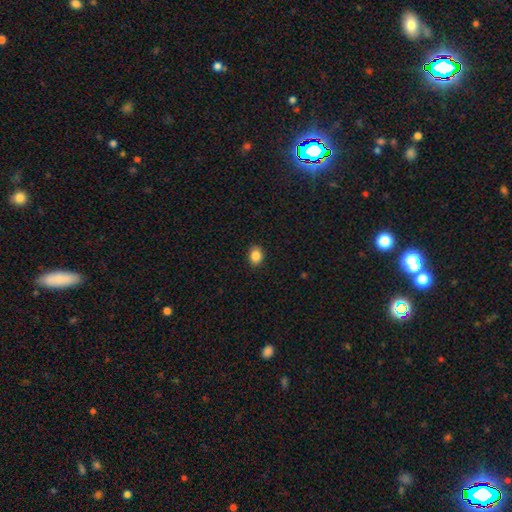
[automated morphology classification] This appears to be a smooth galaxy with no disk features (86%) that is in between round and cigar-shaped (58%). Merging: none (90%).